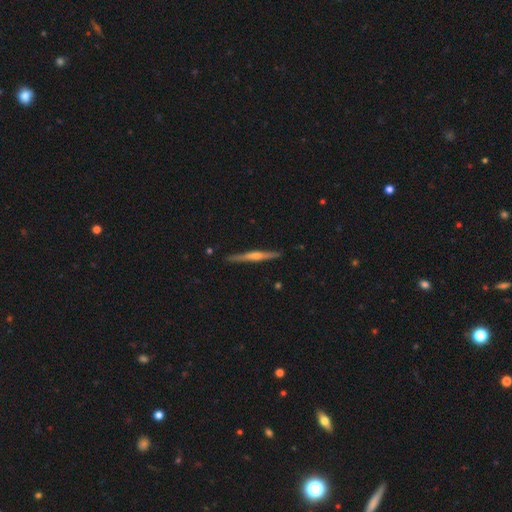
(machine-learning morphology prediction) This is likely a featured or disk galaxy (76%). It is clearly viewed edge-on (98%). Edge-on bulge: clearly rounded (80%). Merging: clearly none (91%).